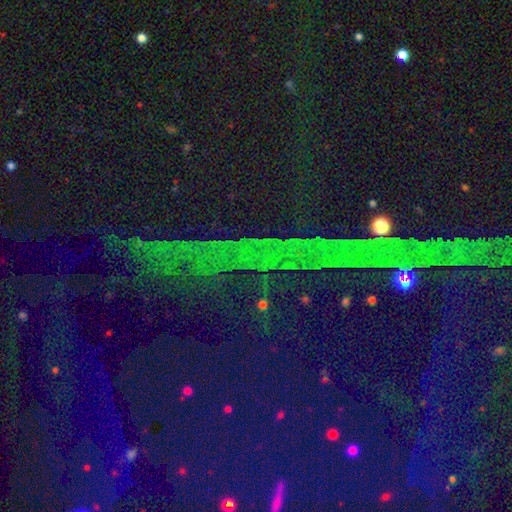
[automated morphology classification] Smooth or featured?
  - star or artifact: 82% *
  - smooth: 9%
  - featured or disk: 9%